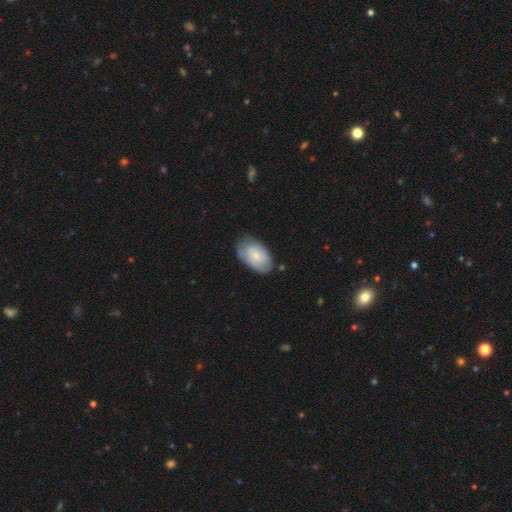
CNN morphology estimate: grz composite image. It shows a smooth galaxy with no disk features (64%) that is in between round and cigar-shaped (92%). Merging: none (68%).